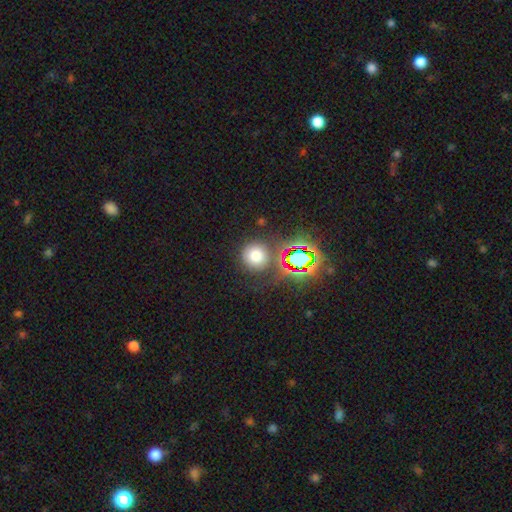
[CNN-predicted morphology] Smooth or featured? smooth (67%)
How rounded? round (93%)
Merging? none (76%)